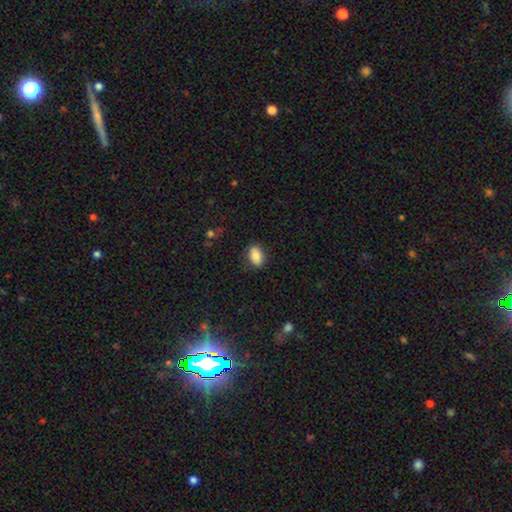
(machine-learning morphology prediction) This appears to be a smooth galaxy with no disk features (84%) that is in between round and cigar-shaped (89%). Merging: none (84%).